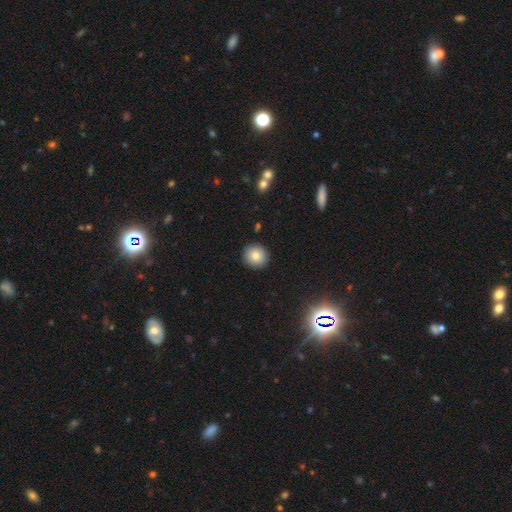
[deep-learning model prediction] smooth-or-featured: smooth: 83% | star or artifact: 9% | featured or disk: 7%
  how-rounded: round: 91% | in between: 8% | cigar-shaped: 1%
  merging: none: 90% | minor disturbance: 7% | major disturbance: 2% | merger: 1%